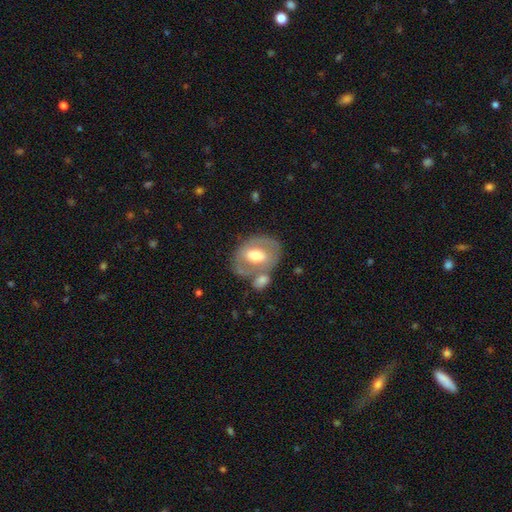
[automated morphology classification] smooth_or_featured: featured or disk (p=0.52) [alt: smooth p=0.42]
disk_edge_on: no (p=0.93) [alt: yes p=0.07]
merging: none (p=0.52) [alt: merger p=0.23]